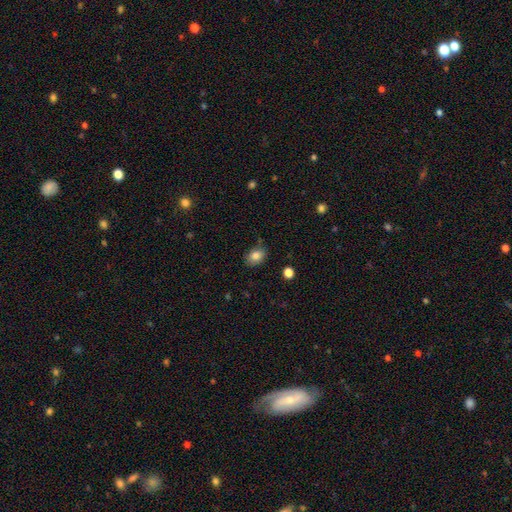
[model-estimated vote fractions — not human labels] This appears to be a smooth galaxy with no disk features (84%) that is in between round and cigar-shaped (70%). Merging: none (80%).